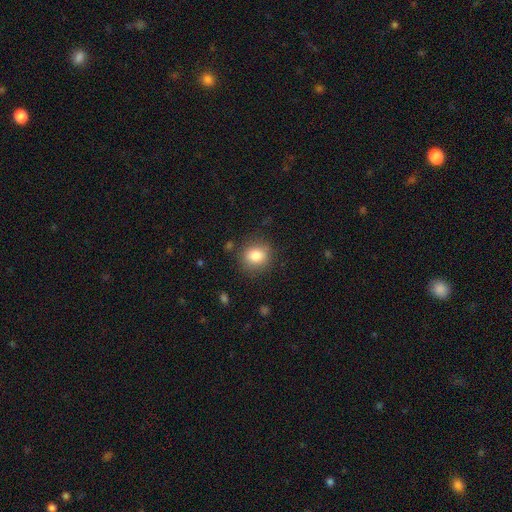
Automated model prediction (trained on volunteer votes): Q: Smooth or featured?
A: smooth (83%); runner-up: star or artifact (10%)
Q: How rounded?
A: round (78%); runner-up: in between (21%)
Q: Merging?
A: none (83%); runner-up: minor disturbance (11%)